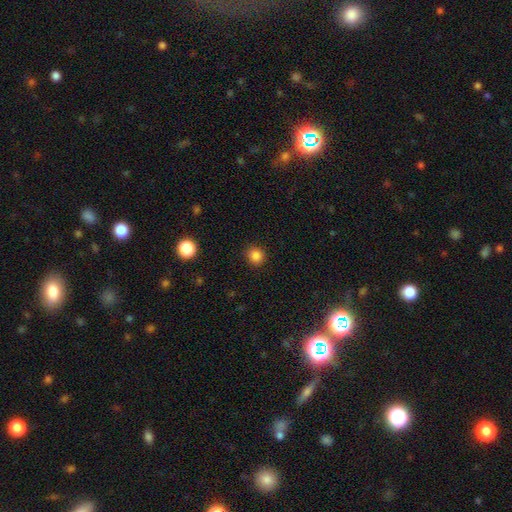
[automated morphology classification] Smooth or featured: smooth — 84% (star or artifact — 12%)
How rounded: round — 88% (in between — 11%)
Merging: none — 89% (minor disturbance — 7%)